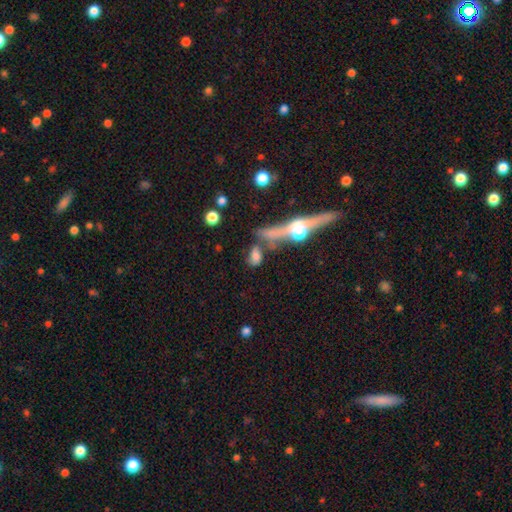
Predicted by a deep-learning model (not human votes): Morphology: type=smooth (62%); roundness=in between (74%); merging=none (46%).